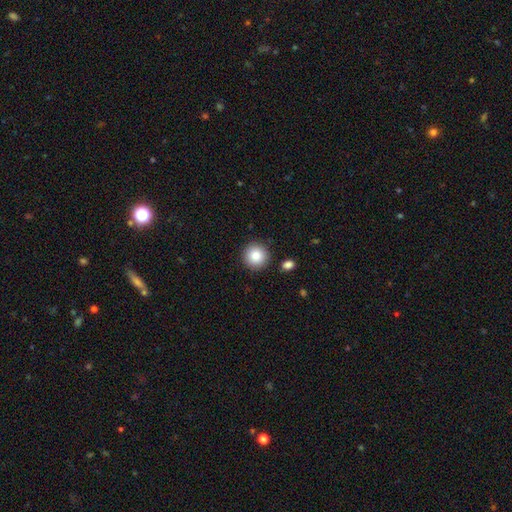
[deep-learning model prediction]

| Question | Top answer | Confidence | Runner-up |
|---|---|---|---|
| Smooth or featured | smooth | 82% | star or artifact (10%) |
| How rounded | round | 95% | in between (4%) |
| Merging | none | 90% | minor disturbance (6%) |